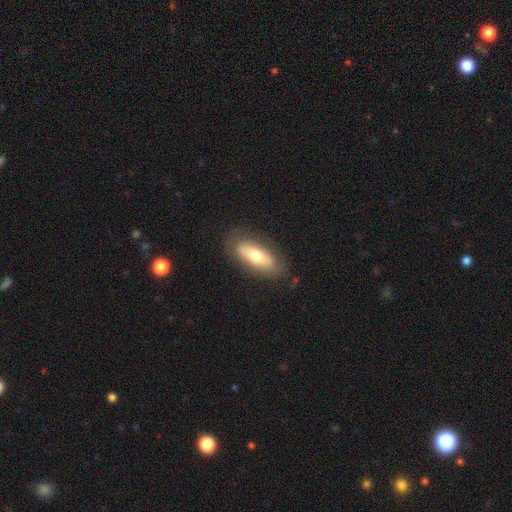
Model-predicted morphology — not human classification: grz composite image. It shows a smooth galaxy with no disk features (63%) that is in between round and cigar-shaped (72%). Merging: none (81%).